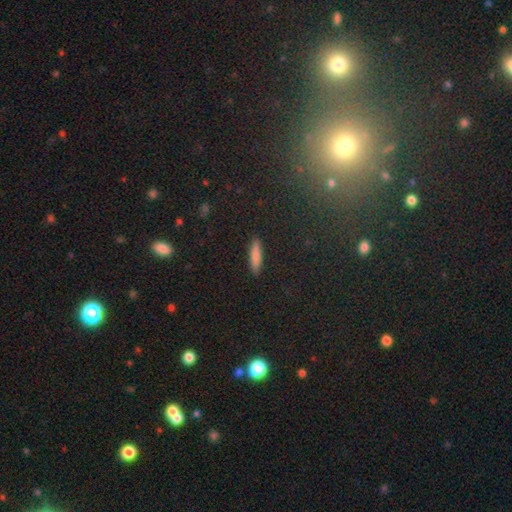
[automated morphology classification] type=smooth (82%); roundness=cigar-shaped (83%); merging=none (91%).